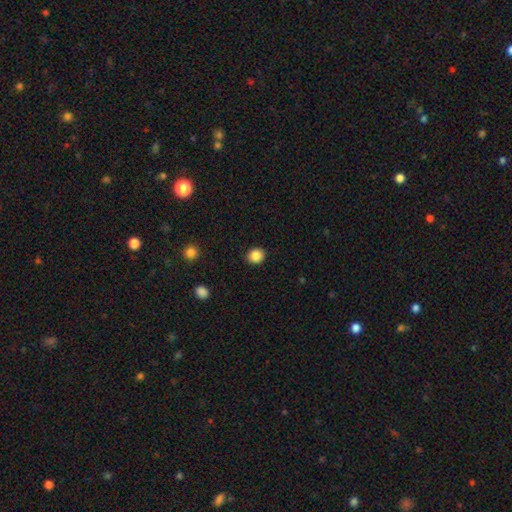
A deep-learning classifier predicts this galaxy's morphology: Smooth or featured? Predicted: smooth (p=0.87). How rounded? Predicted: round (p=0.80). Merging? Predicted: none (p=0.91).